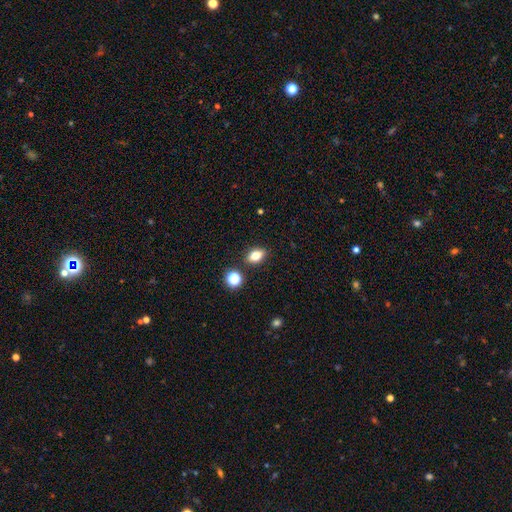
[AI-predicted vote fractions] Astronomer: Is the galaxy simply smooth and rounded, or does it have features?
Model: smooth — 76%.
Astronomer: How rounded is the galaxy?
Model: in between — 77%.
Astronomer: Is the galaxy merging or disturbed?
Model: none — 85%.